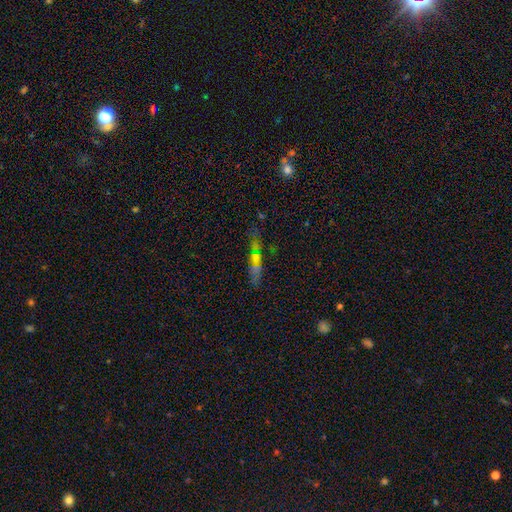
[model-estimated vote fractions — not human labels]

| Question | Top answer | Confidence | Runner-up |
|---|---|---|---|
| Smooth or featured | featured or disk | 38% | smooth (32%) |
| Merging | none | 71% | minor disturbance (14%) |